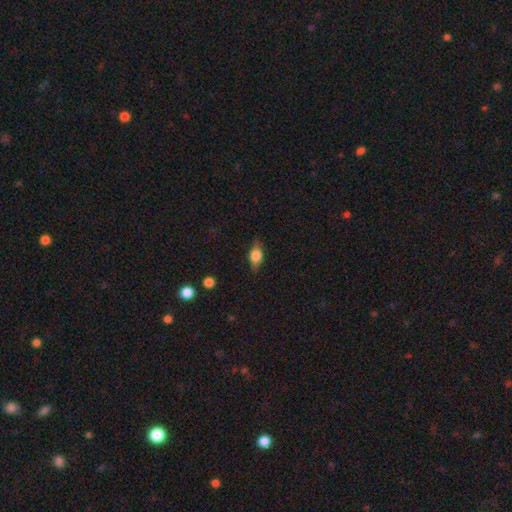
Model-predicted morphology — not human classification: Smooth or featured? Predicted: smooth (p=0.61). How rounded? Predicted: in between (p=0.75). Merging? Predicted: none (p=0.81).